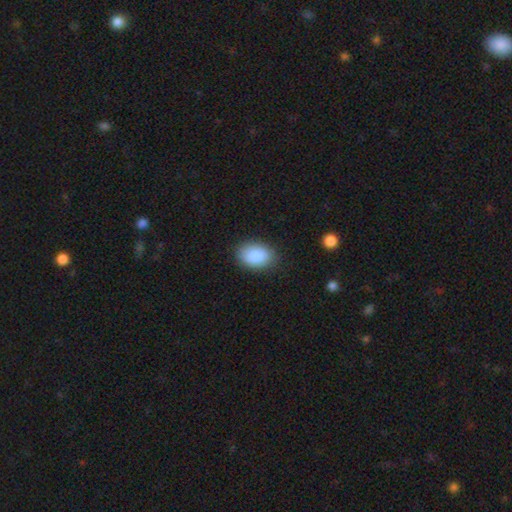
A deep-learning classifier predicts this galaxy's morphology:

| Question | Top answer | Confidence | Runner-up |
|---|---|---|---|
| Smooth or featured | smooth | 90% | star or artifact (7%) |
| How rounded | in between | 82% | round (17%) |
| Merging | none | 86% | minor disturbance (10%) |